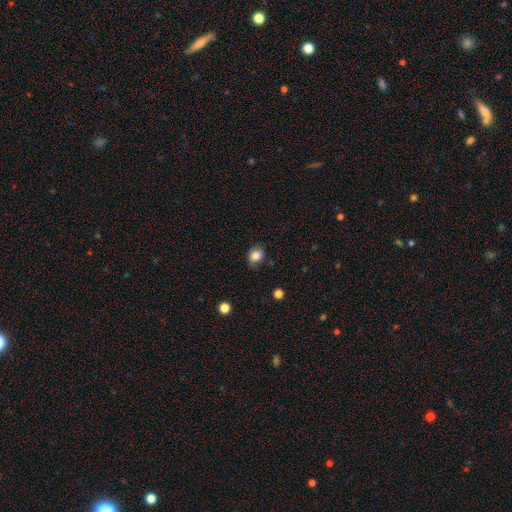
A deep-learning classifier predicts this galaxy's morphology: This is clearly a smooth galaxy (84%). How rounded: possibly in between (51%). Merging: likely none (66%).